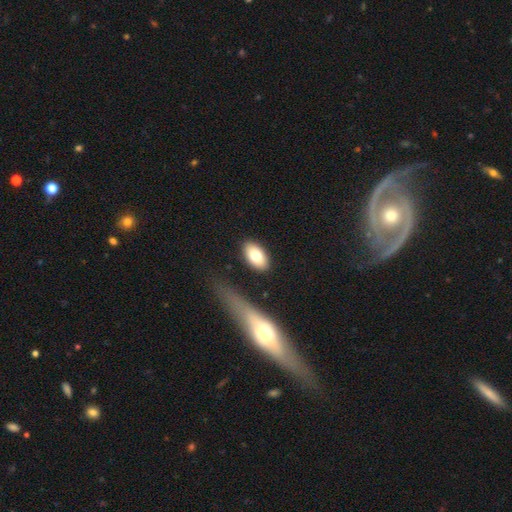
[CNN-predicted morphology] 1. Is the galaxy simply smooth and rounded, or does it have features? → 78% smooth, 15% featured or disk, 7% star or artifact.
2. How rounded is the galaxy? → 92% in between, 5% round, 3% cigar-shaped.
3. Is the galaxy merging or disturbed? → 84% none, 10% minor disturbance, 3% merger, 3% major disturbance.